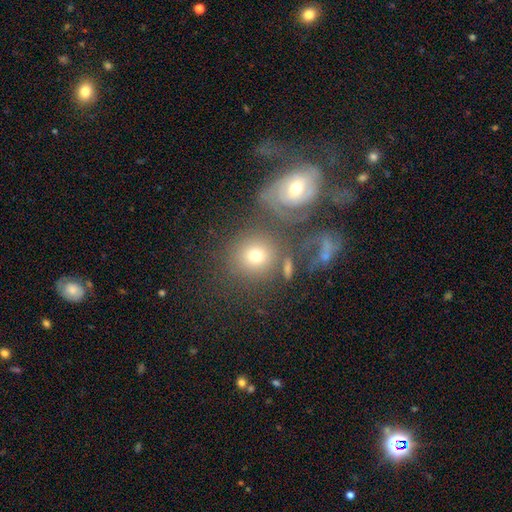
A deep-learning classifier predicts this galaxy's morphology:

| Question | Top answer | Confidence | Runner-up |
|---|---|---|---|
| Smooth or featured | smooth | 61% | featured or disk (27%) |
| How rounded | round | 77% | in between (21%) |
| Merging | none | 57% | merger (23%) |